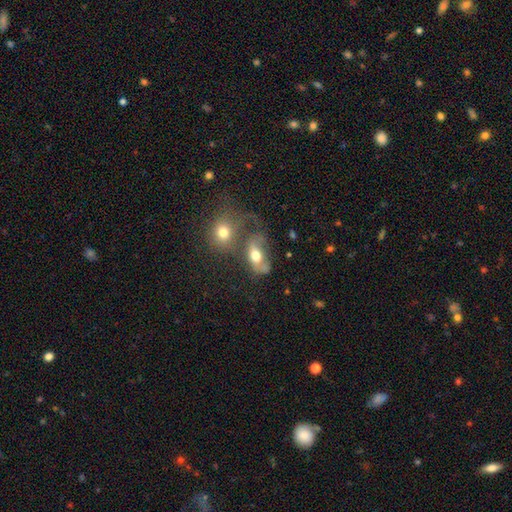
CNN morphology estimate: type=smooth (59%); roundness=in between (79%); merging=merger (45%).